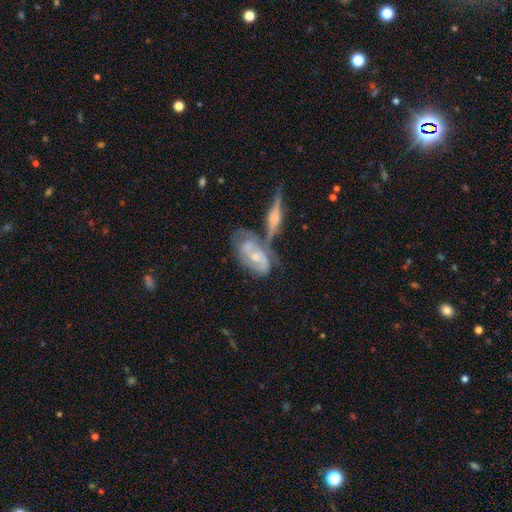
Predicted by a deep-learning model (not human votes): Smooth or featured?
  - featured or disk: 76% *
  - smooth: 17%
  - star or artifact: 7%
Edge-on disk?
  - no: 86% *
  - yes: 14%
Bar?
  - no: 51% *
  - weak: 39%
  - strong: 10%
Spiral arms?
  - yes: 87% *
  - no: 13%
Spiral winding?
  - tight: 46% *
  - medium: 41%
  - loose: 13%
Spiral arm count?
  - 2: 60% *
  - can't tell: 25%
  - 3: 7%
  - 1: 4%
  - 4: 2%
  - more than 4: 2%
Bulge size?
  - small: 49% *
  - moderate: 41%
  - none: 5%
  - large: 3%
  - dominant: 1%
Merging?
  - merger: 43% *
  - none: 34%
  - minor disturbance: 15%
  - major disturbance: 8%